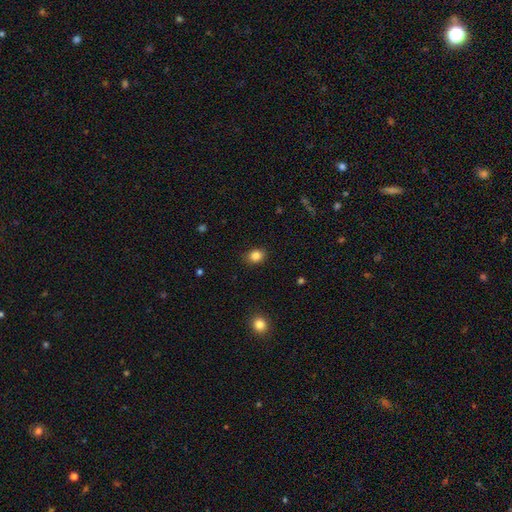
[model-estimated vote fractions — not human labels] Morphology: type=smooth (85%); roundness=in between (53%); merging=none (87%).